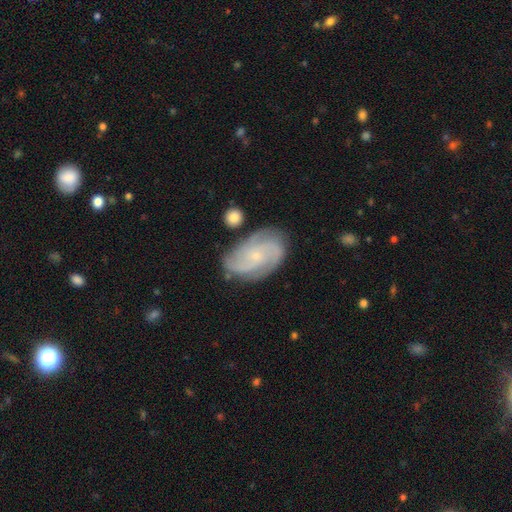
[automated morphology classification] This appears to be a featured or disk galaxy (83%) with no bar (72%), 3 (40%) tight (47%) spiral arms (97%) and a small central bulge (81%). Merging: none (75%).